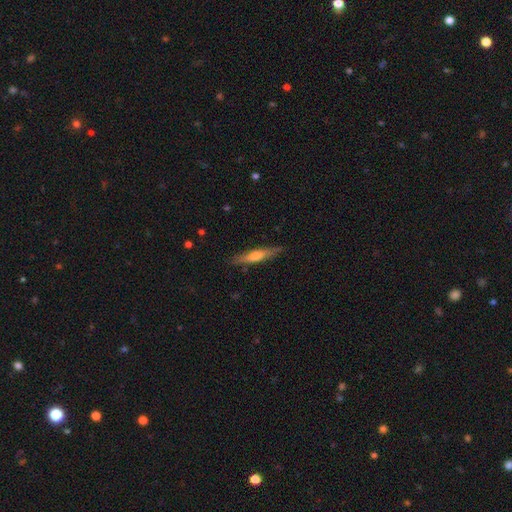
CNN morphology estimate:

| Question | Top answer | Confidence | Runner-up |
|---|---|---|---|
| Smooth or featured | smooth | 49% | featured or disk (46%) |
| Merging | none | 86% | minor disturbance (11%) |